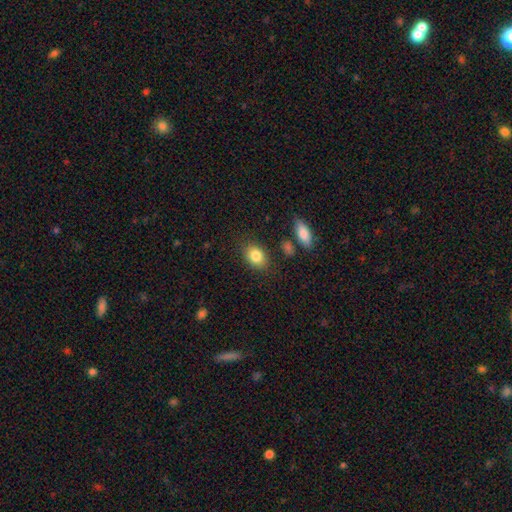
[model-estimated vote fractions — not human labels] smooth_or_featured: smooth (p=0.84) [alt: star or artifact p=0.08]
how_rounded: in between (p=0.68) [alt: round p=0.31]
merging: none (p=0.82) [alt: minor disturbance p=0.11]